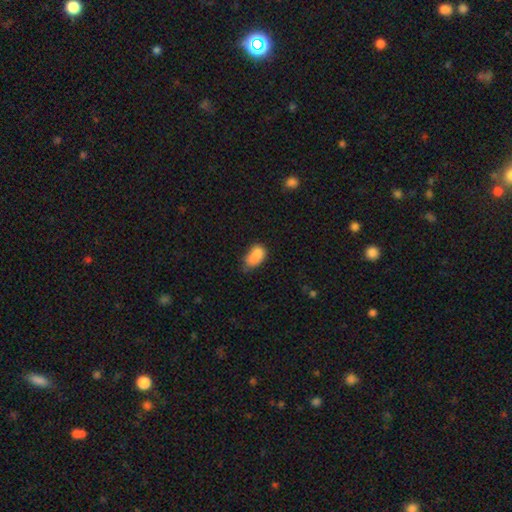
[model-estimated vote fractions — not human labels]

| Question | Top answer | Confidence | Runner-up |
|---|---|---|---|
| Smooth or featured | smooth | 82% | featured or disk (9%) |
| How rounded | in between | 89% | round (7%) |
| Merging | none | 43% | minor disturbance (33%) |